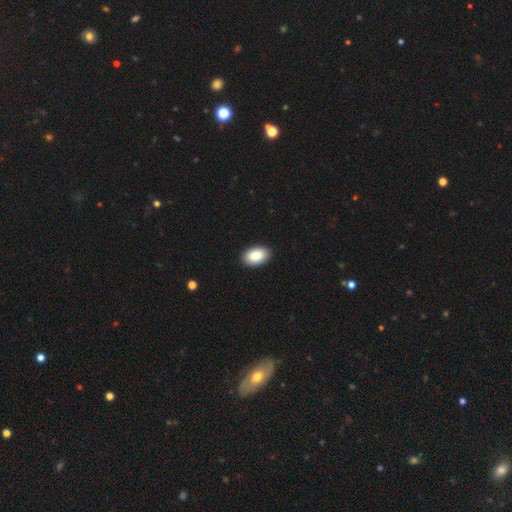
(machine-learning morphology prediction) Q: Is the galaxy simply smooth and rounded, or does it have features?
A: smooth — 90%.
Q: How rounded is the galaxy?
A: in between — 93%.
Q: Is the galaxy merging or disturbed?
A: none — 90%.